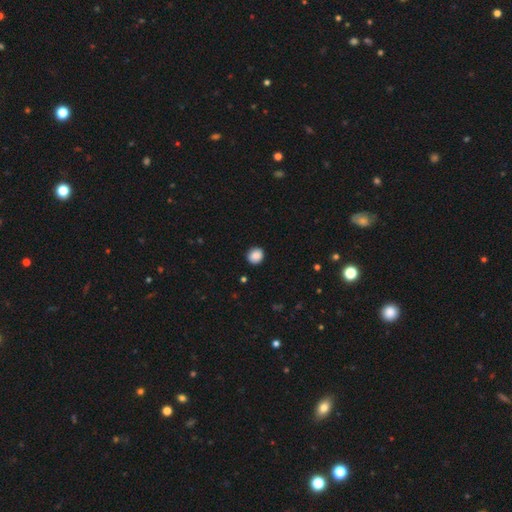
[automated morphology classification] Smooth or featured? smooth (88%)
How rounded? round (81%)
Merging? none (89%)